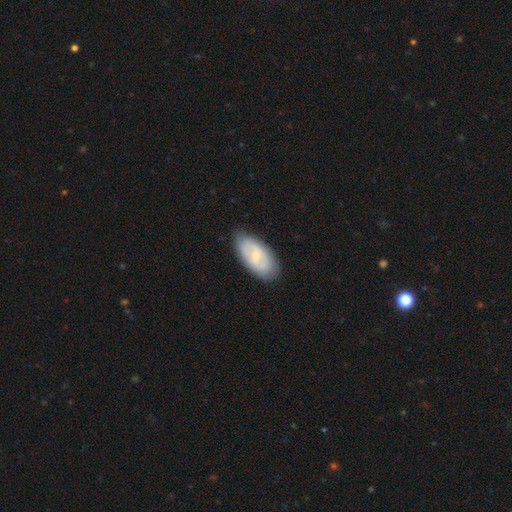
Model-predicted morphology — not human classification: The model was most divided on "smooth or featured": featured or disk: 49%, smooth: 45%, star or artifact: 6%. More confident: merging — none (80%).